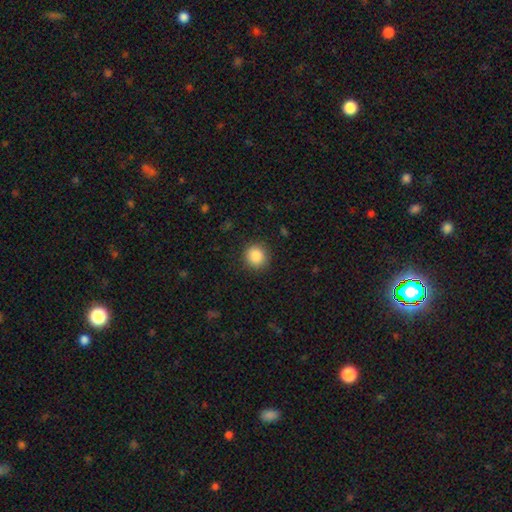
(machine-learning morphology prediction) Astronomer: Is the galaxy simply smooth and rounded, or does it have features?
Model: smooth — 87%.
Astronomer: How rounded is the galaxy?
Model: round — 93%.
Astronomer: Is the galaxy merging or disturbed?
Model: none — 90%.